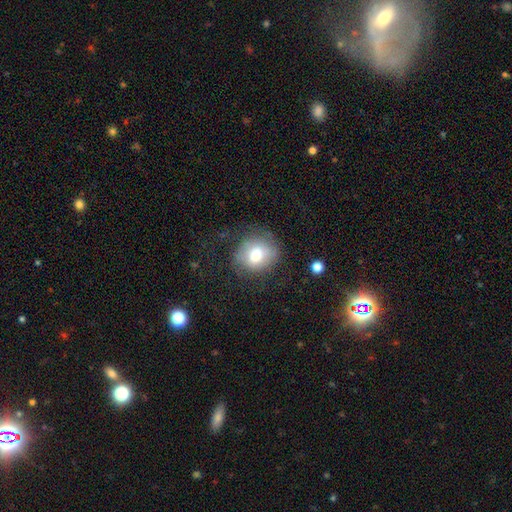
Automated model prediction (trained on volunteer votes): This appears to be a smooth galaxy with no disk features (67%) that is round (73%). Merging: none (62%).